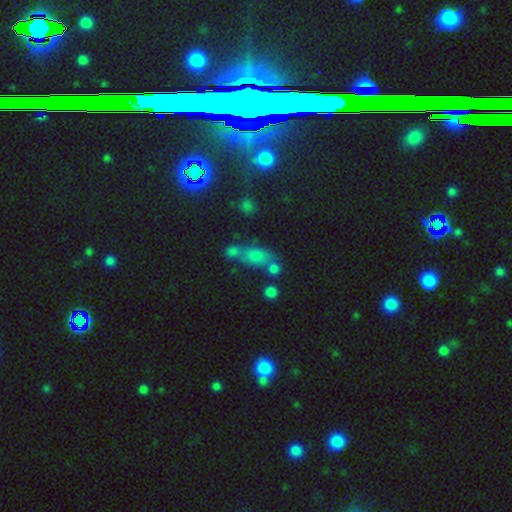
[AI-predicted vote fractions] smooth 58%, star or artifact 25%, featured or disk 17%. Down the decision tree: how rounded — in between (61%); merging — none (46%).